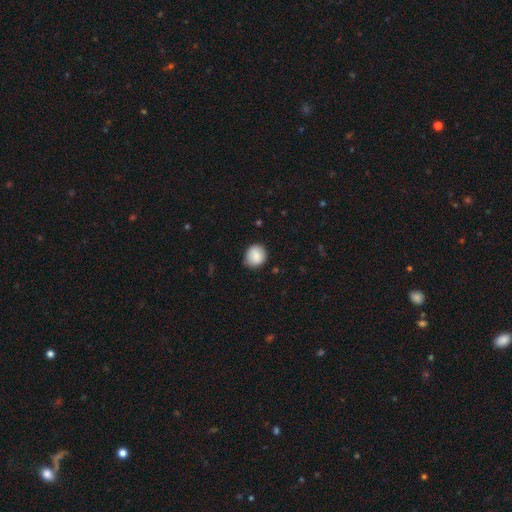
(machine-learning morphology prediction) Q: Smooth or featured?
A: smooth (87%); runner-up: star or artifact (8%)
Q: How rounded?
A: round (82%); runner-up: in between (17%)
Q: Merging?
A: none (78%); runner-up: minor disturbance (18%)